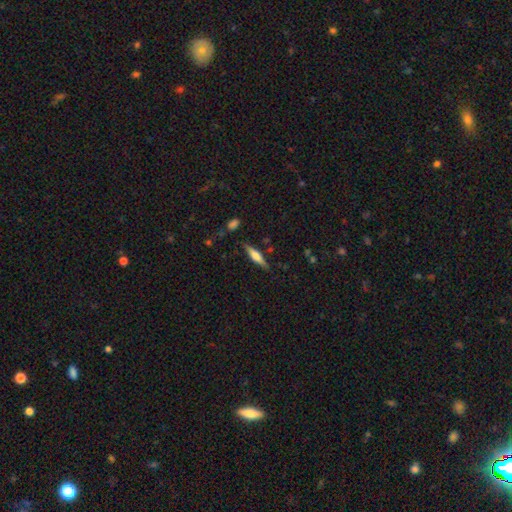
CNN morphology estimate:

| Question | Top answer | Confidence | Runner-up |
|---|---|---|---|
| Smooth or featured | featured or disk | 49% | smooth (44%) |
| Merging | none | 83% | minor disturbance (12%) |